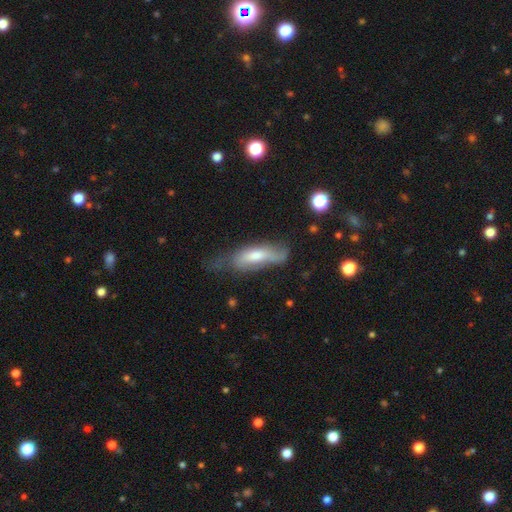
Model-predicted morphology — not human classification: Smooth or featured? Predicted: smooth (p=0.56). How rounded? Predicted: in between (p=0.53). Merging? Predicted: none (p=0.36).